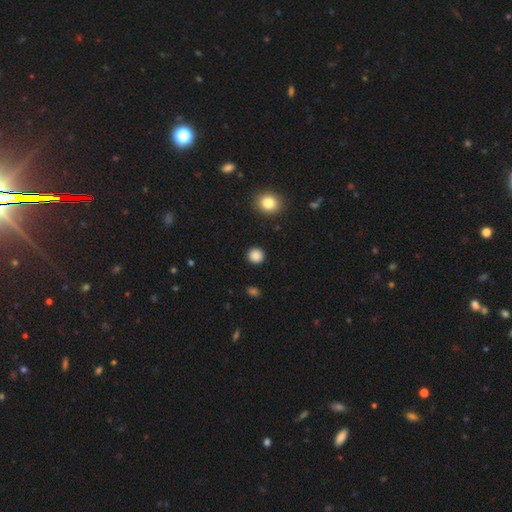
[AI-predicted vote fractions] This appears to be a smooth galaxy with no disk features (87%) that is round (92%). Merging: none (92%).